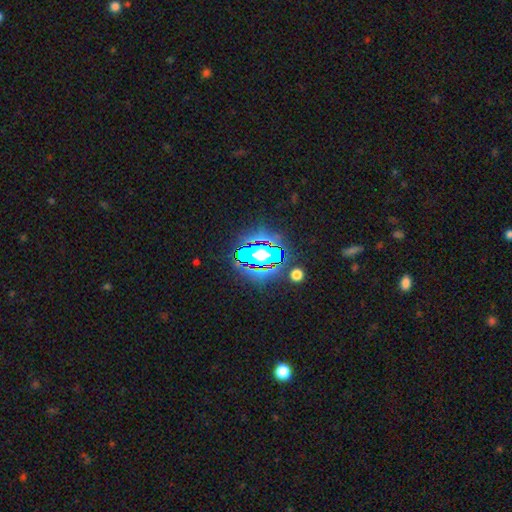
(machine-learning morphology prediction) Q: Smooth or featured?
A: star or artifact (77%); runner-up: smooth (13%)